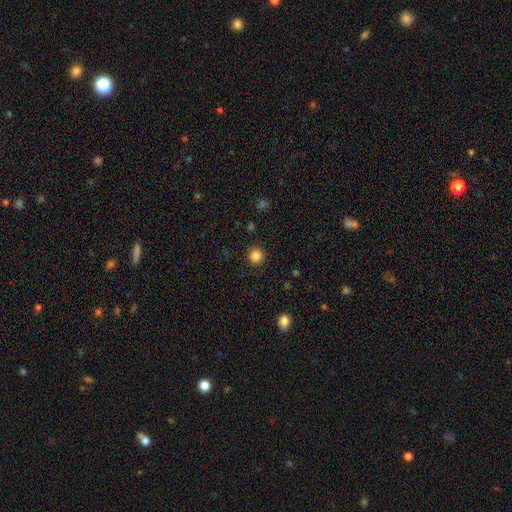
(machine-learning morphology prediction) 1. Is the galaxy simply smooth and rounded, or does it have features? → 85% smooth, 11% star or artifact, 4% featured or disk.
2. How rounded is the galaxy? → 94% round, 5% in between, 1% cigar-shaped.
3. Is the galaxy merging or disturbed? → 92% none, 5% minor disturbance, 2% major disturbance, 1% merger.